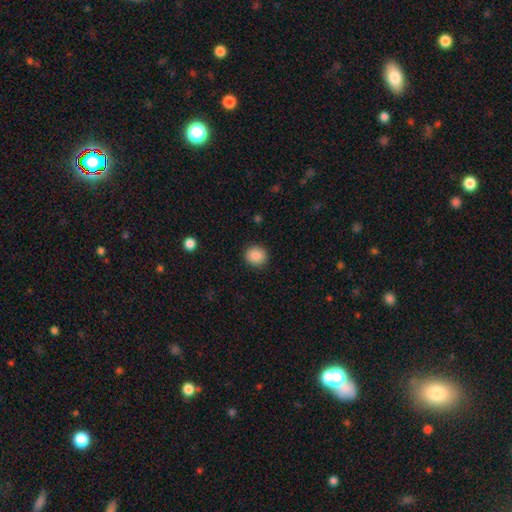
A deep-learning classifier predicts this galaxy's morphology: Smooth or featured: smooth — 88% (star or artifact — 9%)
How rounded: round — 83% (in between — 16%)
Merging: none — 90% (minor disturbance — 6%)